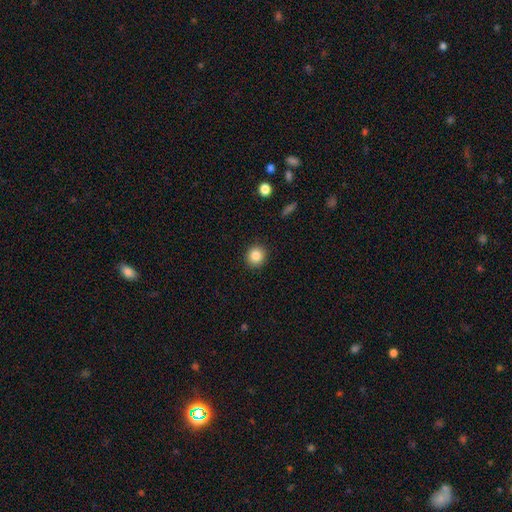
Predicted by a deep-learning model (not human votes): Overall: smooth (86%). How rounded: round (88%). Merging: none (91%).